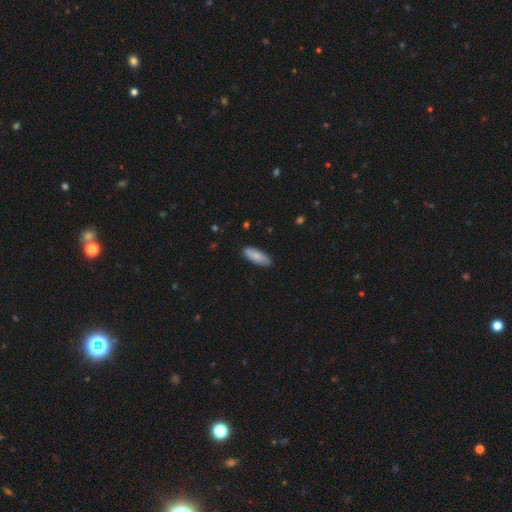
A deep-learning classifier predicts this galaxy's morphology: smooth 80%, featured or disk 15%, star or artifact 6%. Down the decision tree: how rounded — in between (66%); merging — none (83%).